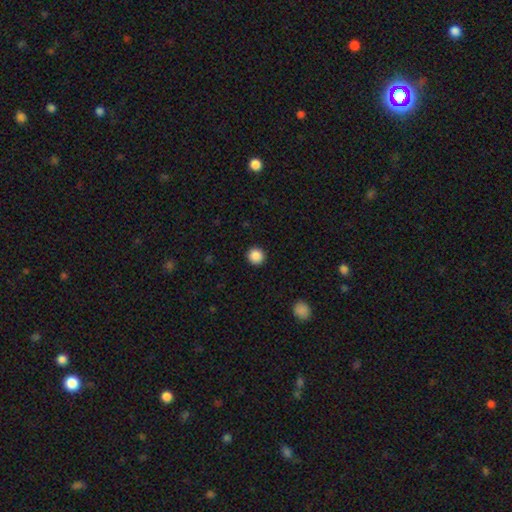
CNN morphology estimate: Q: Smooth or featured?
A: smooth (88%); runner-up: star or artifact (10%)
Q: How rounded?
A: round (95%); runner-up: in between (4%)
Q: Merging?
A: none (93%); runner-up: minor disturbance (4%)